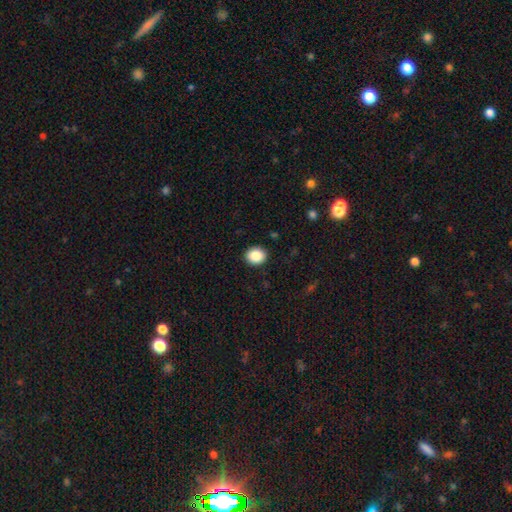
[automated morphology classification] Q: Smooth or featured?
A: smooth (88%); runner-up: star or artifact (8%)
Q: How rounded?
A: round (62%); runner-up: in between (38%)
Q: Merging?
A: none (91%); runner-up: minor disturbance (6%)